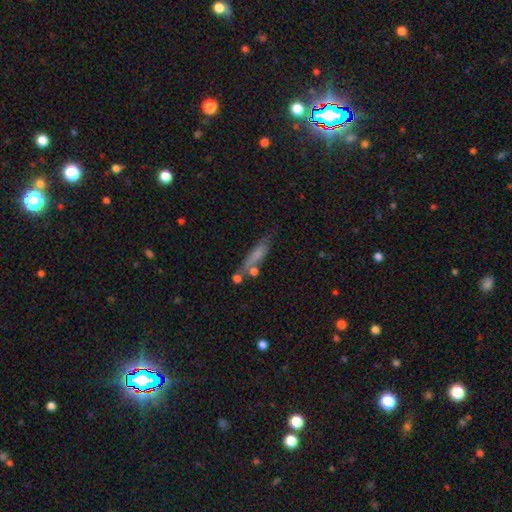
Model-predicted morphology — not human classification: smooth 63%, featured or disk 26%, star or artifact 10%. Down the decision tree: how rounded — cigar-shaped (74%); merging — none (58%).